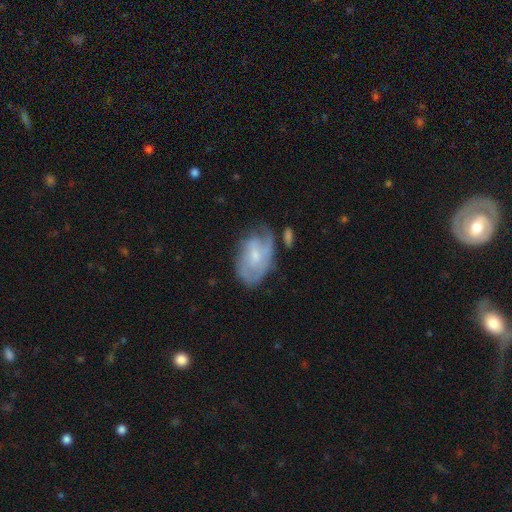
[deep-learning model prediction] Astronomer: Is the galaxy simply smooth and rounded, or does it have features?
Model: featured or disk — 64%.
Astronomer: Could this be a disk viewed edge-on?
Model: no — 95%.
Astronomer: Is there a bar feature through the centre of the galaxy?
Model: no — 55% (runner-up: weak, 39%).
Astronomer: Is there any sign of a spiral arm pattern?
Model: yes — 78%.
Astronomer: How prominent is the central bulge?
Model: small — 58% (runner-up: moderate, 33%).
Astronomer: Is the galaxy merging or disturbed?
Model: none — 49% (runner-up: minor disturbance, 28%).